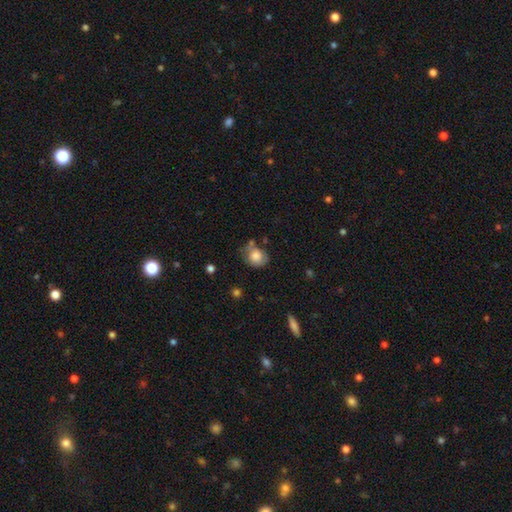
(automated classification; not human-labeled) The model was most divided on "merging": none: 52%, minor disturbance: 27%, merger: 11%, major disturbance: 10%. More confident: smooth or featured — smooth (78%); how rounded — round (64%).